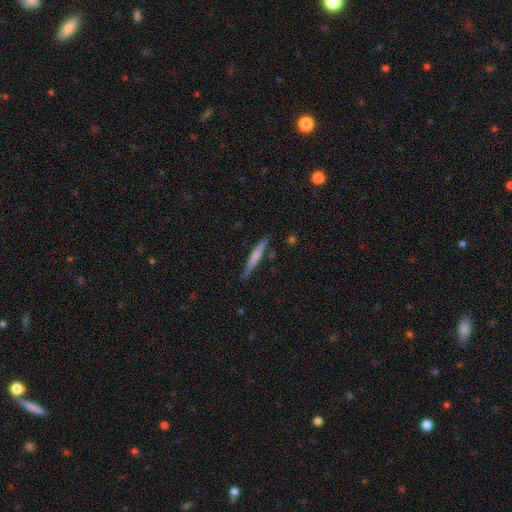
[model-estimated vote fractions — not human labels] Smooth or featured?
  - smooth: 60% *
  - featured or disk: 34%
  - star or artifact: 6%
How rounded?
  - cigar-shaped: 95% *
  - in between: 4%
  - round: 1%
Merging?
  - none: 83% *
  - minor disturbance: 12%
  - merger: 3%
  - major disturbance: 2%